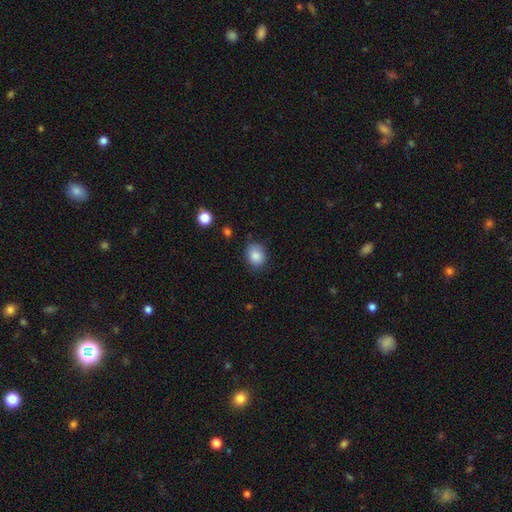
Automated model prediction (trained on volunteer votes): Smooth or featured? smooth (86%)
How rounded? round (54%)
Merging? none (79%)